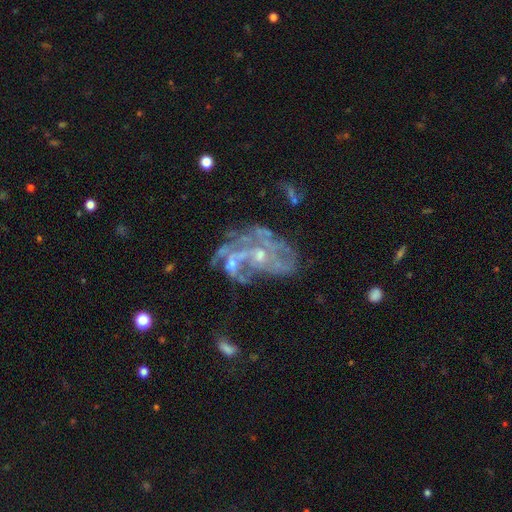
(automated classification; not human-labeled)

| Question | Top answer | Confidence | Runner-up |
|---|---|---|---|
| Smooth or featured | featured or disk | 77% | star or artifact (14%) |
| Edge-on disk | no | 97% | yes (3%) |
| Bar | no | 68% | weak (24%) |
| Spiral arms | yes | 75% | no (25%) |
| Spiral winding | tight | 40% | medium (39%) |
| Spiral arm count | can't tell | 40% | 3 (18%) |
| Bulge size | small | 67% | moderate (24%) |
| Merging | none | 40% | major disturbance (23%) |